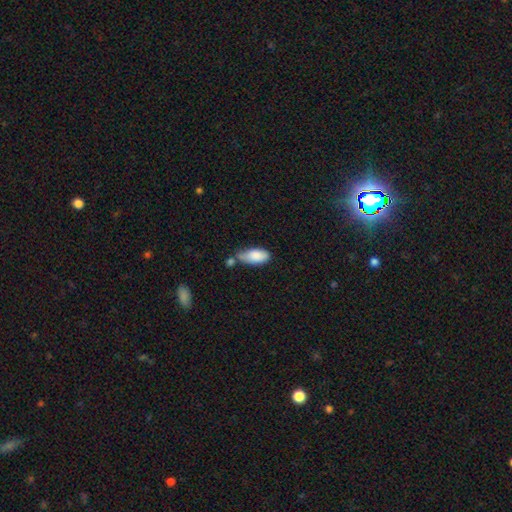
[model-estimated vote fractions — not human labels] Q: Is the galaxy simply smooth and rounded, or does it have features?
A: smooth — 85%.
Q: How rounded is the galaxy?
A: in between — 88%.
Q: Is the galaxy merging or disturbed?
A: none — 40%.